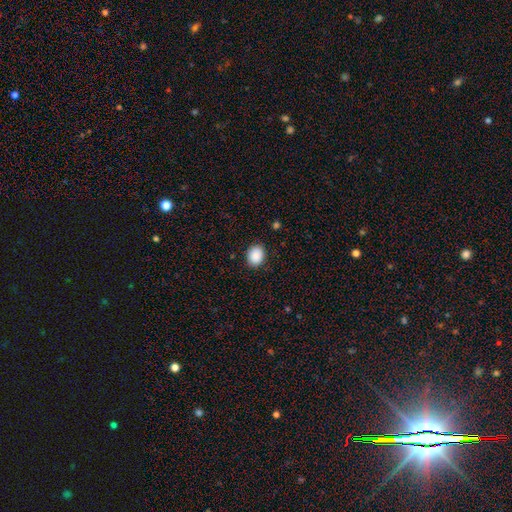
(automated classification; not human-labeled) Smooth or featured?
  - smooth: 89% *
  - star or artifact: 8%
  - featured or disk: 3%
How rounded?
  - in between: 52% *
  - round: 47%
  - cigar-shaped: 1%
Merging?
  - none: 88% *
  - minor disturbance: 9%
  - major disturbance: 2%
  - merger: 1%